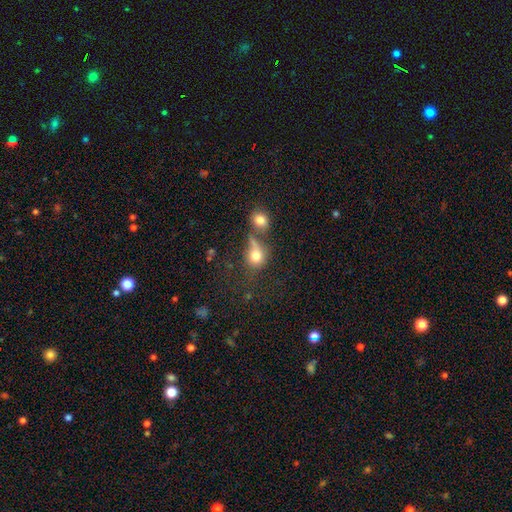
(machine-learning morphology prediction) Smooth or featured?
  - smooth: 76% *
  - star or artifact: 12%
  - featured or disk: 12%
How rounded?
  - round: 69% *
  - in between: 30%
  - cigar-shaped: 2%
Merging?
  - none: 39% *
  - merger: 35%
  - minor disturbance: 15%
  - major disturbance: 11%